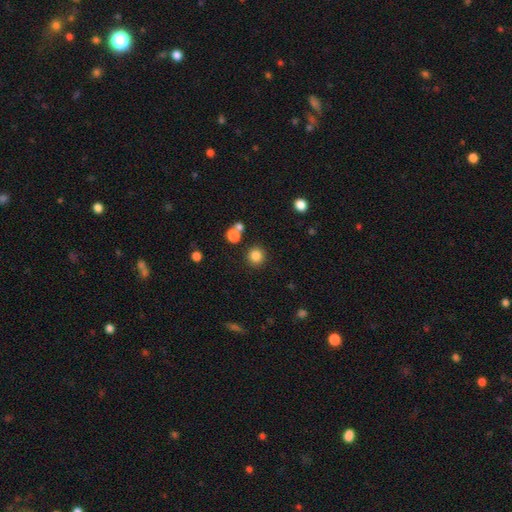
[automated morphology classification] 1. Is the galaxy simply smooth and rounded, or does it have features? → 84% smooth, 12% star or artifact, 5% featured or disk.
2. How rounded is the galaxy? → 92% round, 7% in between, 1% cigar-shaped.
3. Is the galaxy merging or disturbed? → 86% none, 7% minor disturbance, 5% merger, 3% major disturbance.